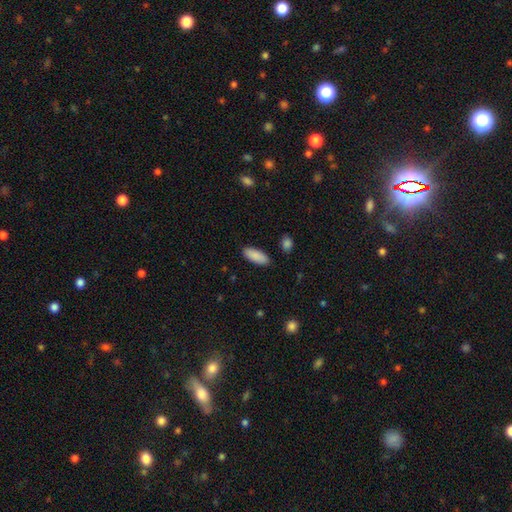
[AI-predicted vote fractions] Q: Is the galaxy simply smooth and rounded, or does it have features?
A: smooth — 89%.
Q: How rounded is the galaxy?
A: in between — 77%.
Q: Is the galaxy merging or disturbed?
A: none — 88%.